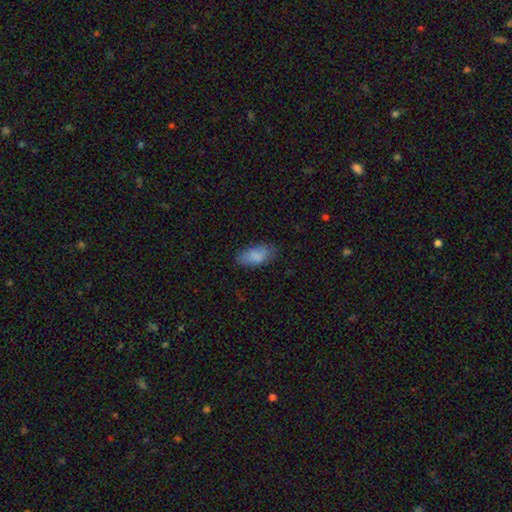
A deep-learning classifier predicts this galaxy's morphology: Smooth or featured?
  - smooth: 85% *
  - featured or disk: 8%
  - star or artifact: 7%
How rounded?
  - in between: 92% *
  - cigar-shaped: 5%
  - round: 3%
Merging?
  - none: 75% *
  - minor disturbance: 19%
  - major disturbance: 5%
  - merger: 1%